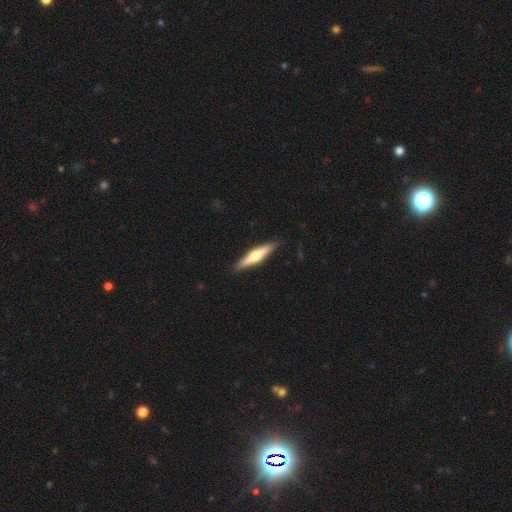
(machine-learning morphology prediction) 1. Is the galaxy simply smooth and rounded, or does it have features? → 53% featured or disk, 42% smooth, 5% star or artifact.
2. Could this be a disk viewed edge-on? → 95% yes, 5% no.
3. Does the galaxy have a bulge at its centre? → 89% rounded, 6% none, 5% boxy.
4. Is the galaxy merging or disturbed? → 89% none, 8% minor disturbance, 2% major disturbance, 1% merger.